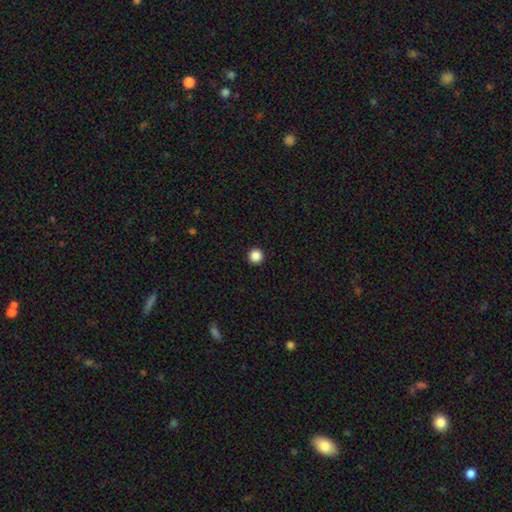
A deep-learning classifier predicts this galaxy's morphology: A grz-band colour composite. It shows a smooth galaxy with no disk features (87%) that is round (97%). Merging: none (94%).